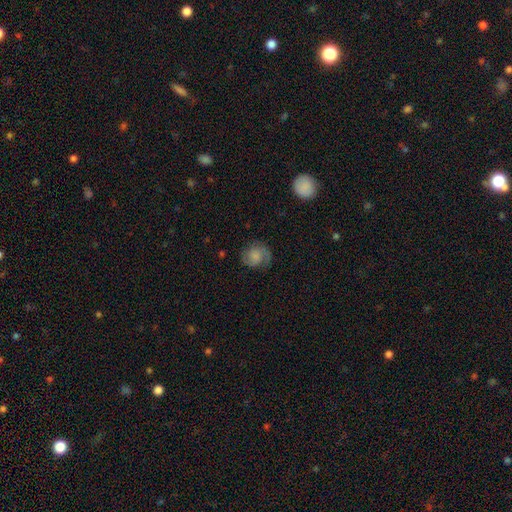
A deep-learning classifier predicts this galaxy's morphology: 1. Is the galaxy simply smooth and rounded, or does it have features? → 49% featured or disk, 42% smooth, 9% star or artifact.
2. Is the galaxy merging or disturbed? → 67% none, 20% minor disturbance, 11% major disturbance, 1% merger.